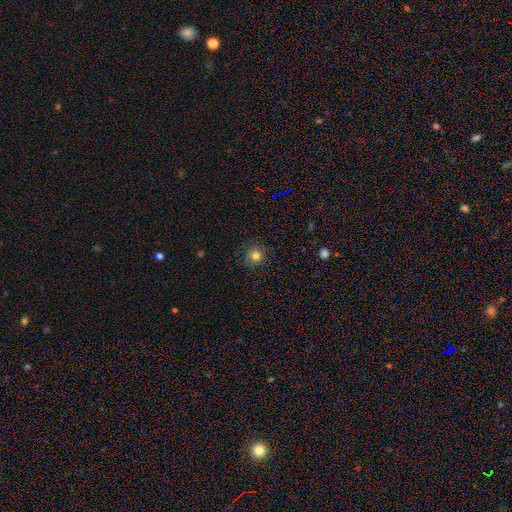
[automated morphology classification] Smooth or featured? smooth (78%)
How rounded? round (93%)
Merging? none (86%)